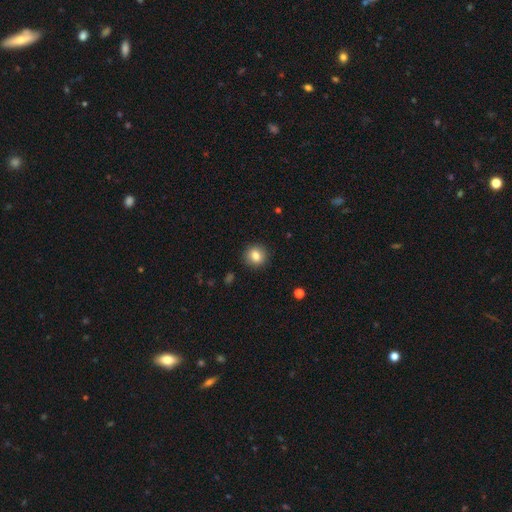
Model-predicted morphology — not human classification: smooth 82%, star or artifact 10%, featured or disk 8%. Down the decision tree: how rounded — round (85%); merging — none (91%).